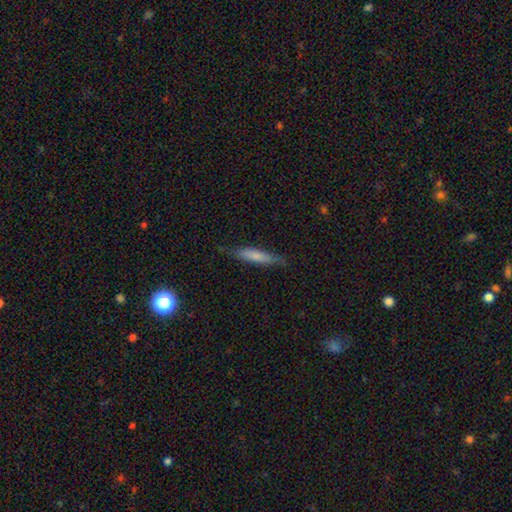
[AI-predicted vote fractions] Morphology: type=smooth (68%); roundness=cigar-shaped (83%); merging=none (77%).